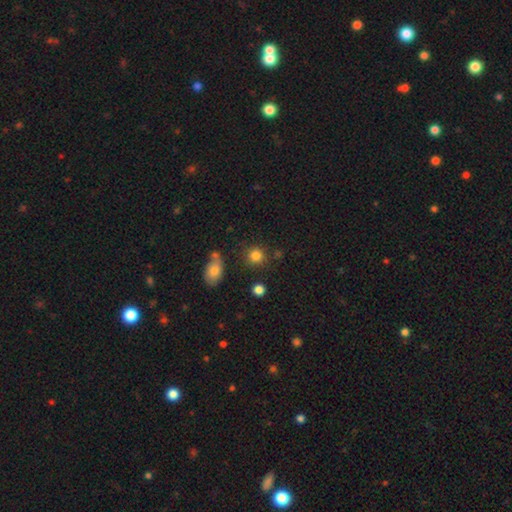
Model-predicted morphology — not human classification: This is clearly a smooth galaxy (83%). How rounded: clearly round (88%). Merging: likely none (80%).